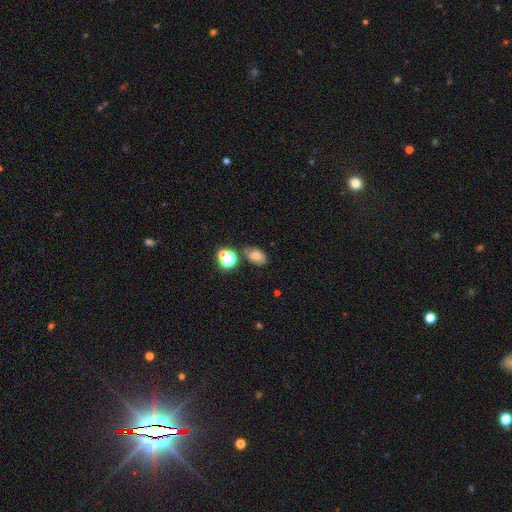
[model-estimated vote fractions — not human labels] A smooth galaxy with no disk features (60%) that is in between round and cigar-shaped (76%).

Vote fractions:
- Smooth or featured? smooth: 60% / star or artifact: 24% / featured or disk: 17%
- How rounded? in between: 76% / round: 22% / cigar-shaped: 2%
- Merging? none: 74% / minor disturbance: 14% / merger: 8% / major disturbance: 4%